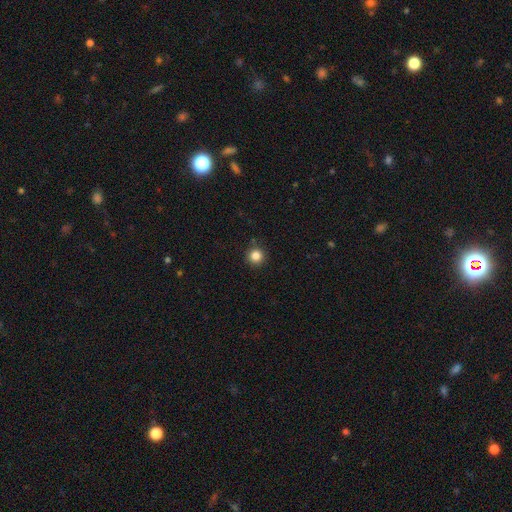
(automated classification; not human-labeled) Smooth or featured: smooth — 84% (star or artifact — 12%)
How rounded: round — 96% (in between — 4%)
Merging: none — 90% (minor disturbance — 7%)